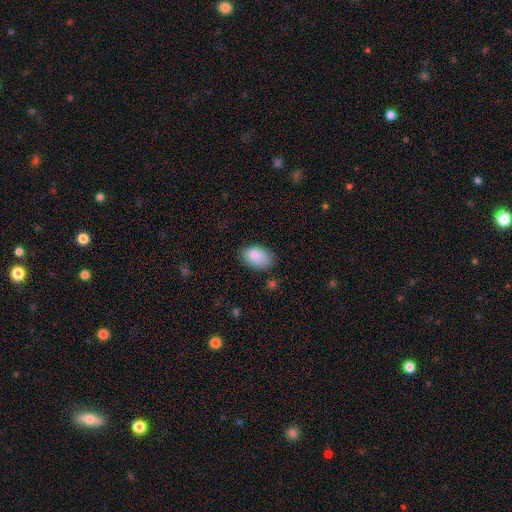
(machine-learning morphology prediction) Smooth or featured? Predicted: smooth (p=0.86). How rounded? Predicted: in between (p=0.90). Merging? Predicted: none (p=0.74).